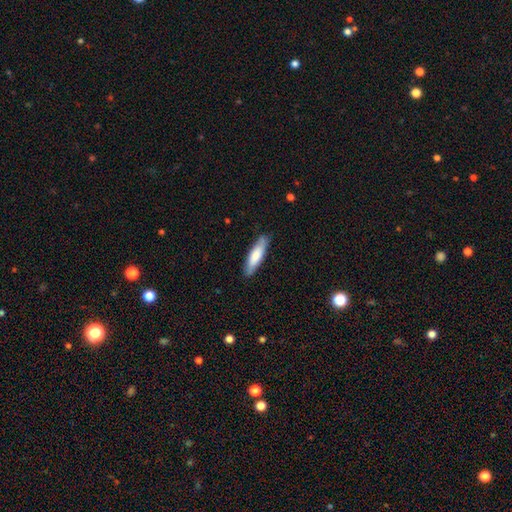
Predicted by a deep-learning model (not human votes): smooth-or-featured: smooth: 72% | featured or disk: 23% | star or artifact: 5%
  how-rounded: cigar-shaped: 64% | in between: 34% | round: 1%
  merging: none: 85% | minor disturbance: 12% | major disturbance: 2% | merger: 1%